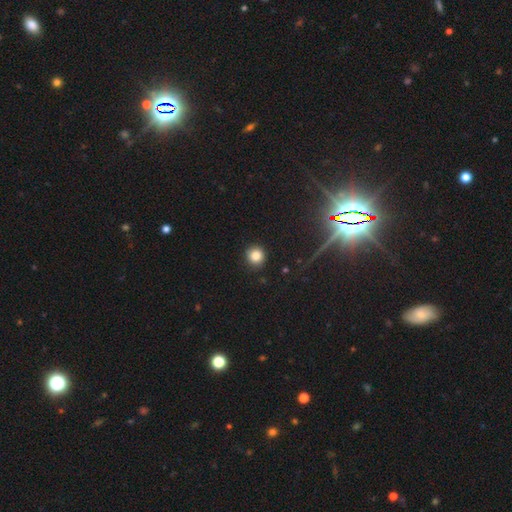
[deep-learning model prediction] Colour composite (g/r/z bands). It shows a smooth galaxy with no disk features (82%) that is round (93%). Merging: none (90%).